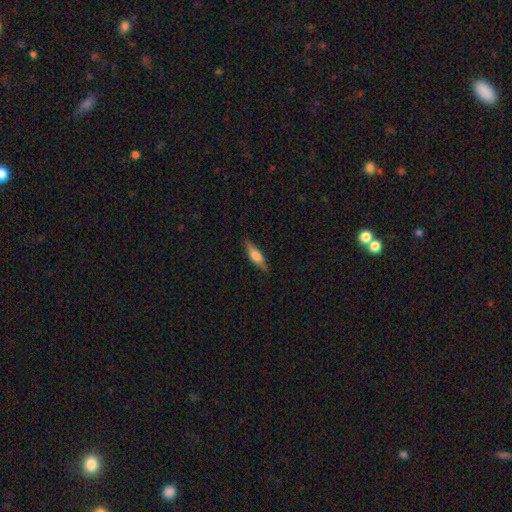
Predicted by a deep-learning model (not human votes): smooth_or_featured: smooth (p=0.49) [alt: featured or disk p=0.44]
merging: none (p=0.85) [alt: minor disturbance p=0.11]